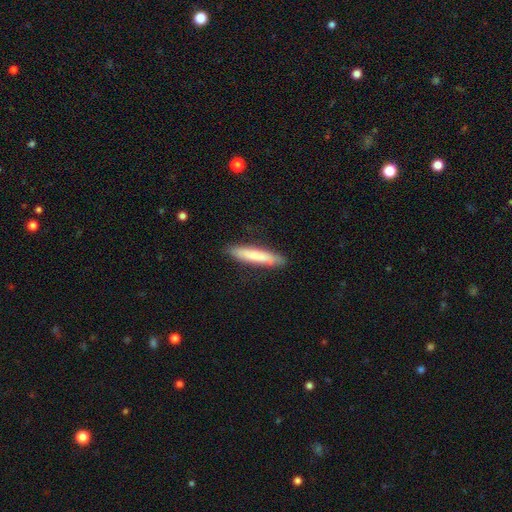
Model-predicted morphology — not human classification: smooth_or_featured: smooth (p=0.77) [alt: featured or disk p=0.18]
how_rounded: cigar-shaped (p=0.92) [alt: in between p=0.07]
merging: none (p=0.86) [alt: minor disturbance p=0.11]